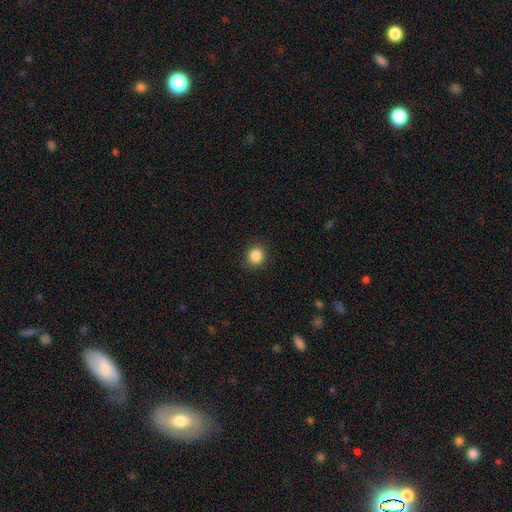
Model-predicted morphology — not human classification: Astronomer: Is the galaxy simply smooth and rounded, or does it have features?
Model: smooth — 86%.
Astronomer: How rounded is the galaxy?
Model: round — 85%.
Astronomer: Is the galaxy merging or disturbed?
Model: none — 90%.